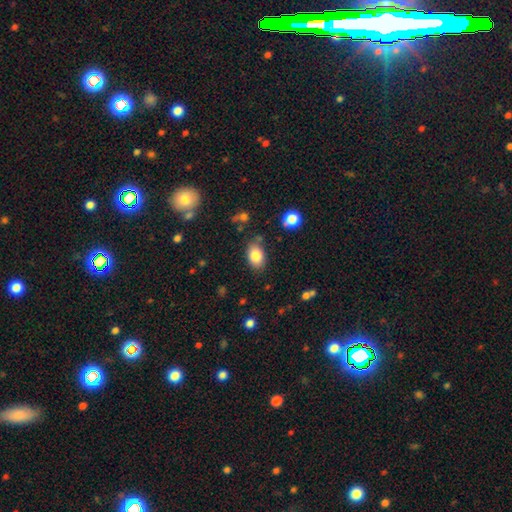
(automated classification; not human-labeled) The model was most divided on "merging": none: 79%, minor disturbance: 14%, merger: 4%, major disturbance: 3%. More confident: how rounded — in between (83%); smooth or featured — smooth (83%).